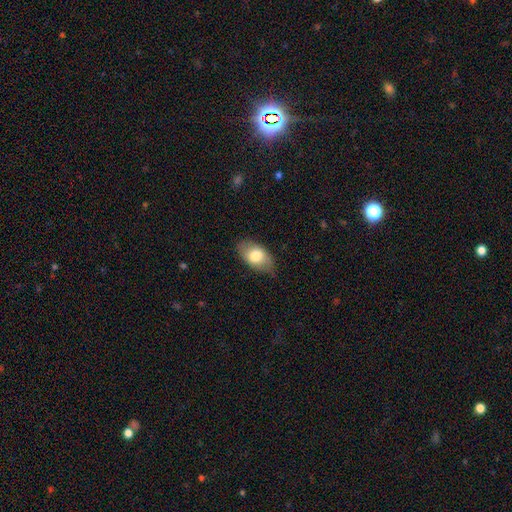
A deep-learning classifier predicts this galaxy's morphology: Smooth or featured? smooth (75%)
How rounded? in between (92%)
Merging? none (79%)